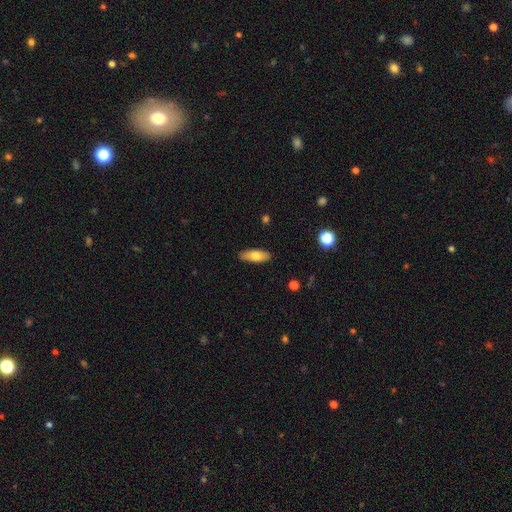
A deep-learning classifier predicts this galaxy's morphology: smooth_or_featured: smooth (p=0.73) [alt: featured or disk p=0.21]
how_rounded: in between (p=0.73) [alt: cigar-shaped p=0.25]
merging: none (p=0.88) [alt: minor disturbance p=0.09]